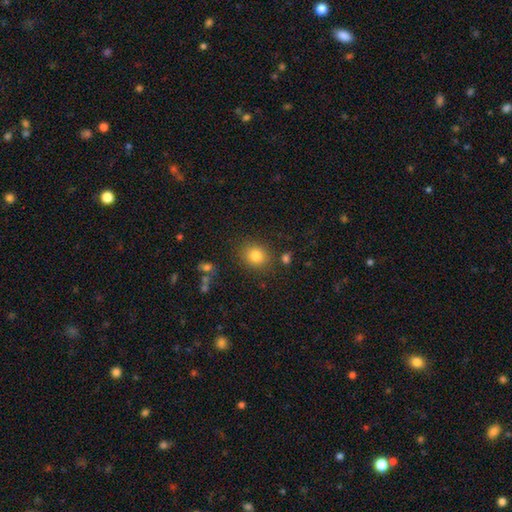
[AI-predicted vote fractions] smooth 83%, star or artifact 11%, featured or disk 6%. Down the decision tree: how rounded — round (68%); merging — none (82%).